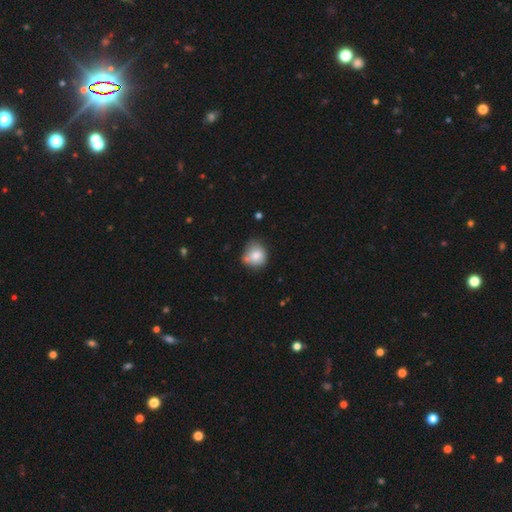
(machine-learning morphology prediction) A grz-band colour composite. It shows a smooth galaxy with no disk features (79%) that is round (78%). Merging: none (53%).